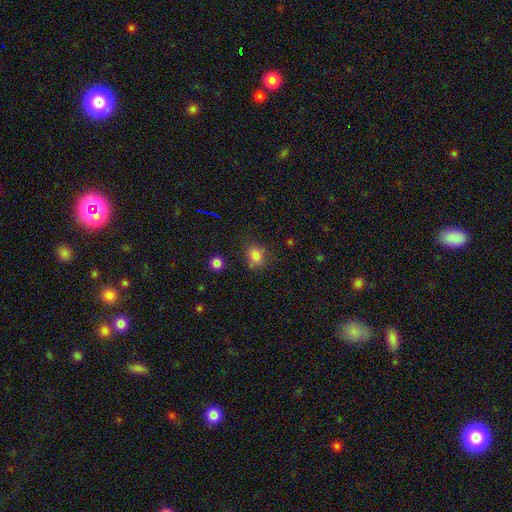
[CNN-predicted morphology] Overall: smooth (78%). How rounded: round (63%; in between 36%). Merging: none (69%).